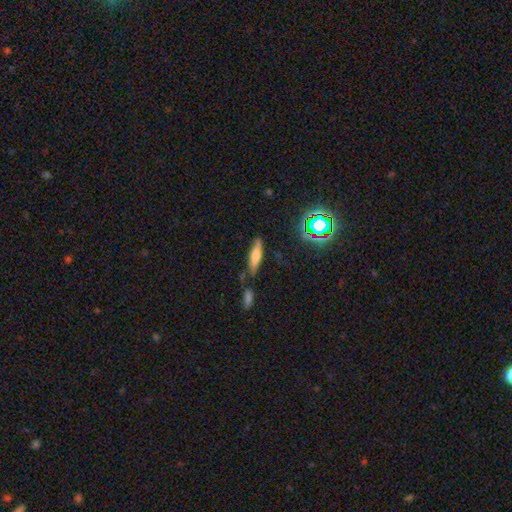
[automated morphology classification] This appears to be a smooth galaxy with no disk features (64%) that is cigar-shaped (71%). Merging: none (69%).